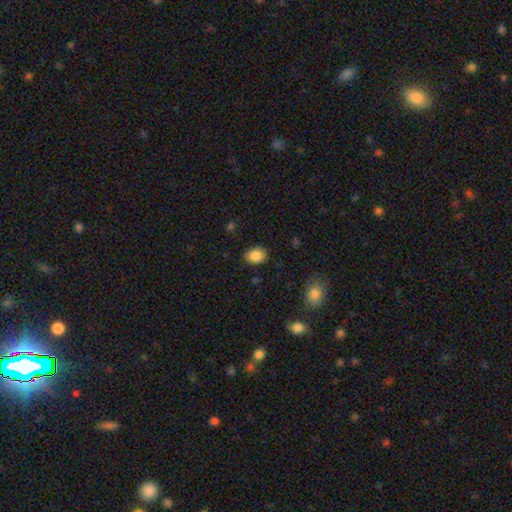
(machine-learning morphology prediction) smooth_or_featured: smooth (p=0.86) [alt: star or artifact p=0.09]
how_rounded: in between (p=0.66) [alt: round p=0.33]
merging: none (p=0.86) [alt: minor disturbance p=0.10]